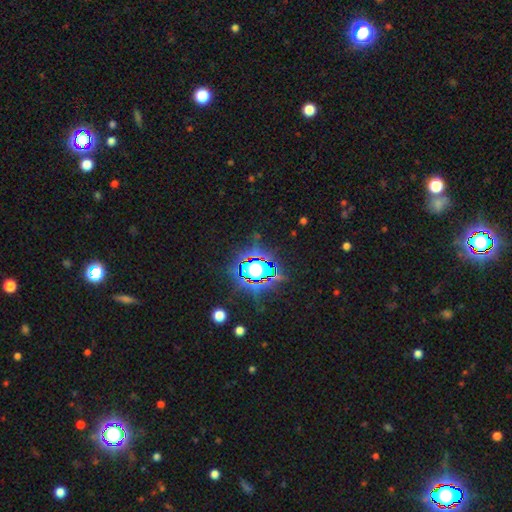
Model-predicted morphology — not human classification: Smooth or featured? Predicted: star or artifact (p=0.76).